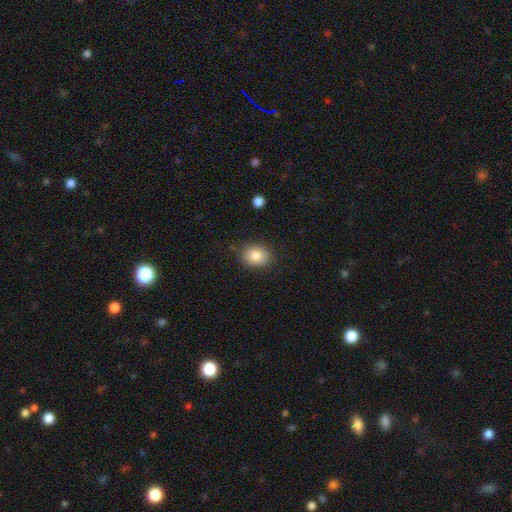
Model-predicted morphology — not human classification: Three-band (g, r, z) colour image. It shows a smooth galaxy with no disk features (83%) that is round (52%). Merging: none (85%).